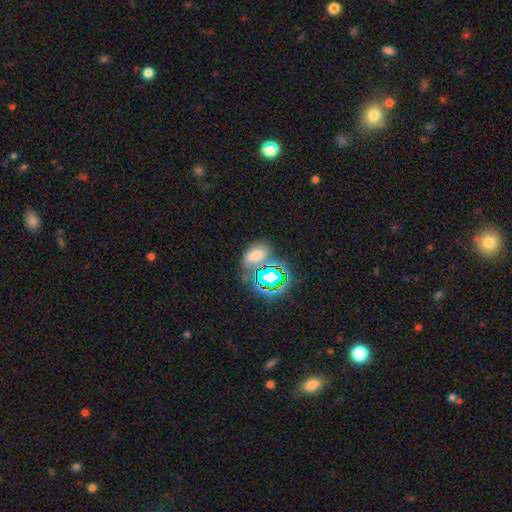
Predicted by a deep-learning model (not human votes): smooth_or_featured: smooth (p=0.51) [alt: star or artifact p=0.36]
how_rounded: in between (p=0.79) [alt: round p=0.18]
merging: none (p=0.62) [alt: merger p=0.16]